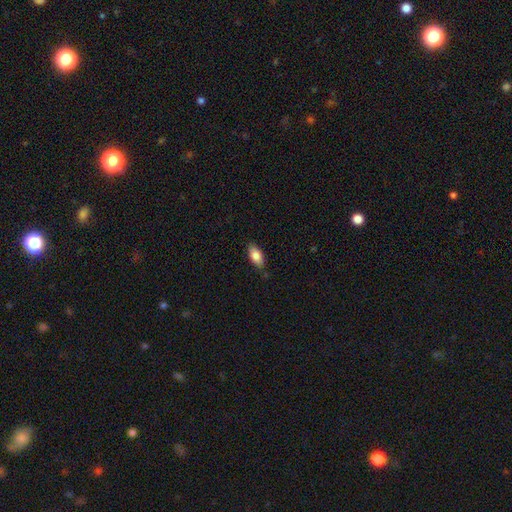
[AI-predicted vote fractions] Smooth or featured?
  - smooth: 82% *
  - featured or disk: 11%
  - star or artifact: 7%
How rounded?
  - in between: 89% *
  - cigar-shaped: 8%
  - round: 3%
Merging?
  - none: 84% *
  - minor disturbance: 13%
  - major disturbance: 2%
  - merger: 1%